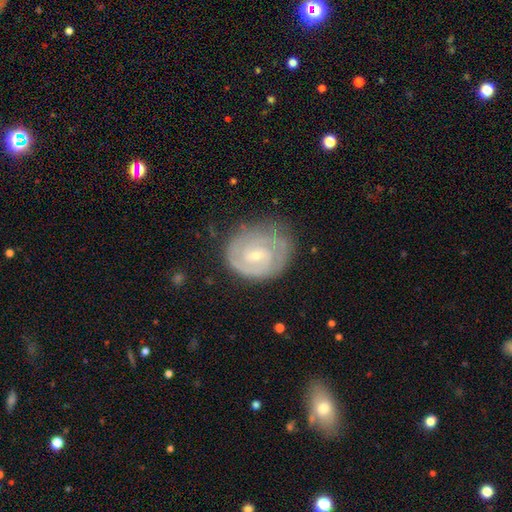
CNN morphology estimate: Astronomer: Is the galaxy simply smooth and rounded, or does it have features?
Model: featured or disk — 82%.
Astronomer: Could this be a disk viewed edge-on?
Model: no — 98%.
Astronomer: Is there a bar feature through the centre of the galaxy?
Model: weak — 55% (runner-up: no, 34%).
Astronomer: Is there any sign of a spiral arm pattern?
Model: yes — 94%.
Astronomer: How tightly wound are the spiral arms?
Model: tight — 67%.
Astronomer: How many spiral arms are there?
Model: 2 — 57%.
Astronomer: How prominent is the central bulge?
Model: small — 67%.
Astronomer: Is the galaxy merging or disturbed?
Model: none — 71%.